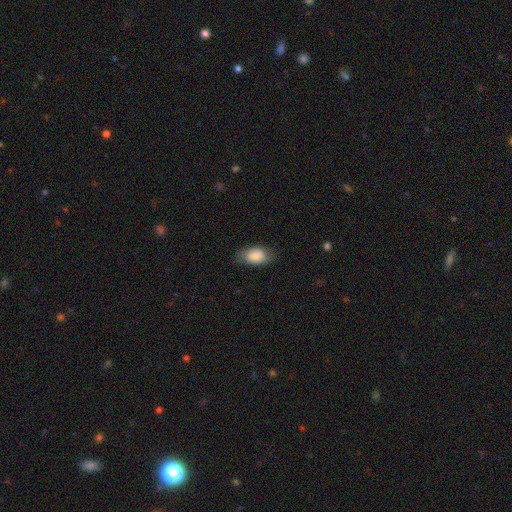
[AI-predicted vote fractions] smooth 82%, featured or disk 11%, star or artifact 7%. Down the decision tree: how rounded — in between (88%); merging — none (71%).